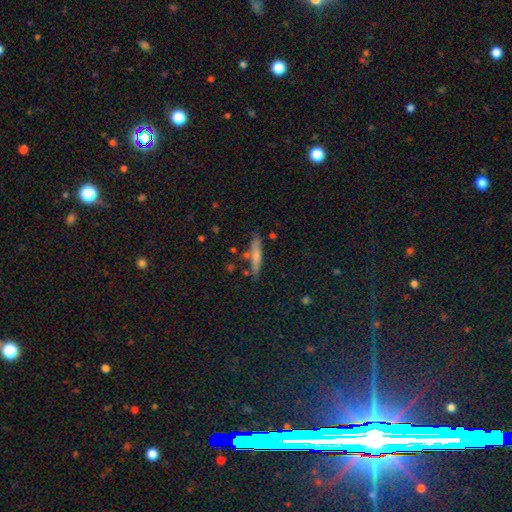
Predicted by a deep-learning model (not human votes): smooth_or_featured: smooth (p=0.64) [alt: featured or disk p=0.28]
how_rounded: cigar-shaped (p=0.88) [alt: in between p=0.11]
merging: none (p=0.77) [alt: minor disturbance p=0.13]